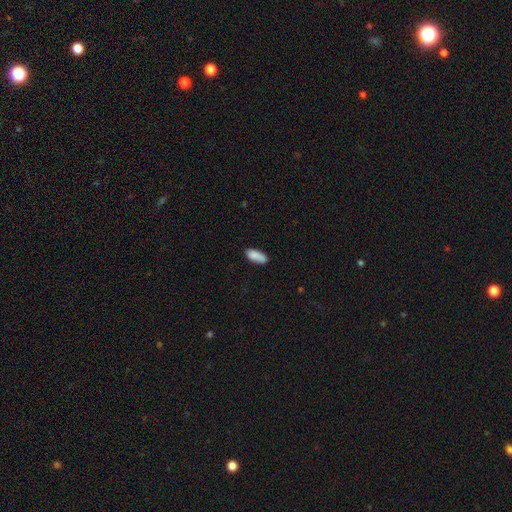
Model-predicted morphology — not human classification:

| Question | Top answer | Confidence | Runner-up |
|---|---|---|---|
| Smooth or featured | smooth | 89% | star or artifact (6%) |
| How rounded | in between | 81% | cigar-shaped (18%) |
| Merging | none | 81% | minor disturbance (15%) |